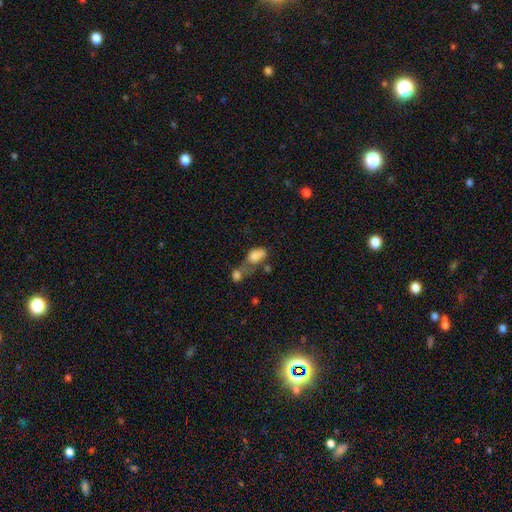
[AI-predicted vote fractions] Smooth or featured?
  - smooth: 76% *
  - featured or disk: 15%
  - star or artifact: 9%
How rounded?
  - in between: 86% *
  - round: 11%
  - cigar-shaped: 3%
Merging?
  - merger: 58% *
  - none: 16%
  - major disturbance: 15%
  - minor disturbance: 11%